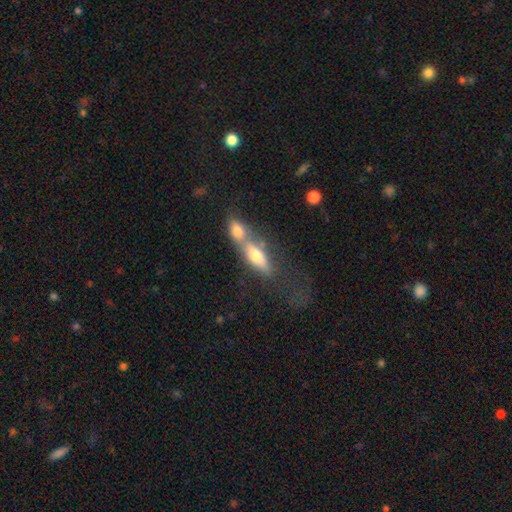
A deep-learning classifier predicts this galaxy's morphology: smooth_or_featured: smooth (p=0.64) [alt: featured or disk p=0.29]
how_rounded: in between (p=0.63) [alt: cigar-shaped p=0.33]
merging: merger (p=0.67) [alt: none p=0.19]